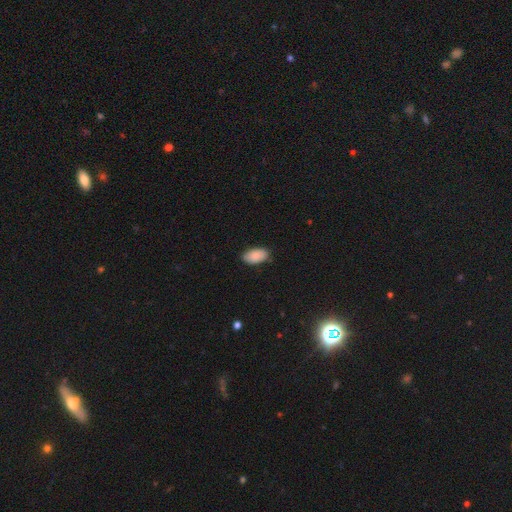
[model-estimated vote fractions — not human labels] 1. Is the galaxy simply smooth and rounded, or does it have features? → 88% smooth, 6% star or artifact, 5% featured or disk.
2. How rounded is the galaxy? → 95% in between, 4% round, 2% cigar-shaped.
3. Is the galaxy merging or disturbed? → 81% none, 15% minor disturbance, 3% major disturbance, 1% merger.